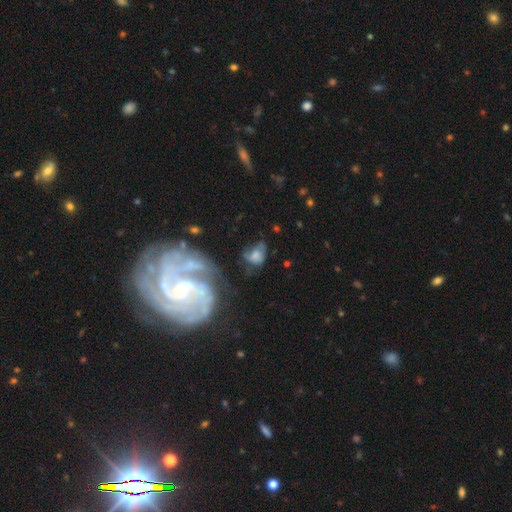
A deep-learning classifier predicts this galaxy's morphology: The model was most divided on "merging": major disturbance: 33%, none: 28%, minor disturbance: 23%, merger: 16%. Remaining: smooth or featured — smooth (46%).